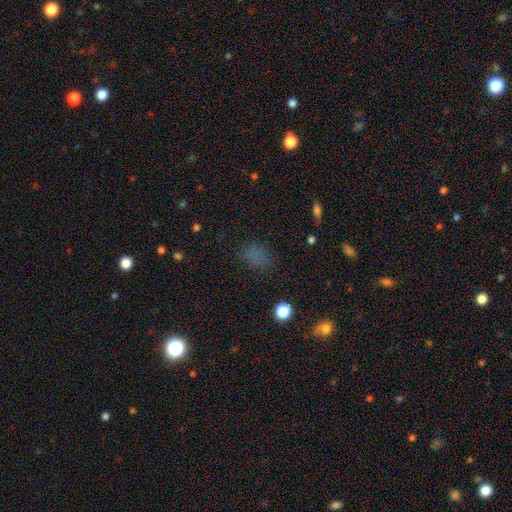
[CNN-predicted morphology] A smooth galaxy with no disk features (66%) that is in between round and cigar-shaped (65%). Merging: none (70%).